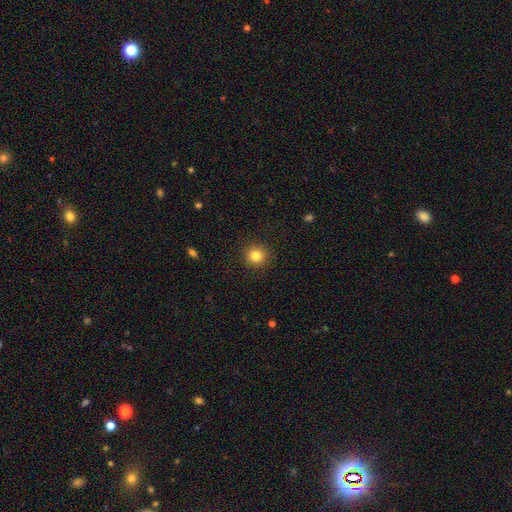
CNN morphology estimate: smooth_or_featured: smooth (p=0.84) [alt: star or artifact p=0.11]
how_rounded: round (p=0.94) [alt: in between p=0.05]
merging: none (p=0.91) [alt: minor disturbance p=0.06]